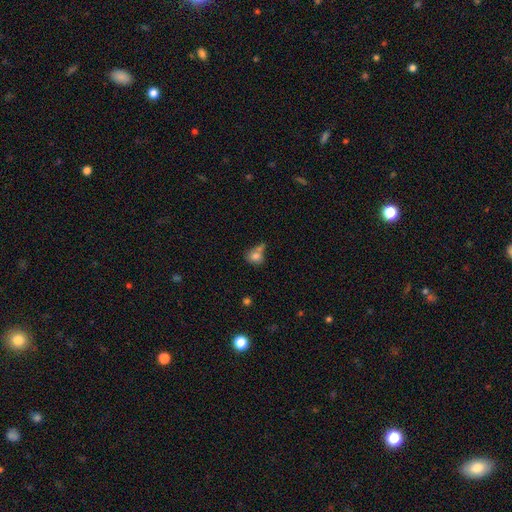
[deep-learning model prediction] Smooth or featured: smooth — 76% (featured or disk — 13%)
How rounded: round — 61% (in between — 38%)
Merging: merger — 37% (none — 36%)